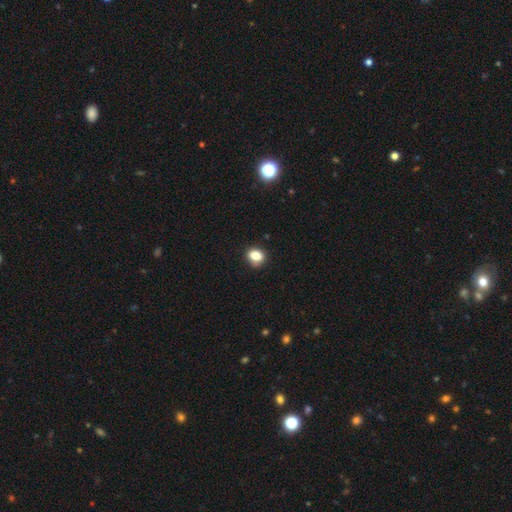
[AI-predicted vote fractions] smooth-or-featured: smooth: 82% | star or artifact: 11% | featured or disk: 6%
  how-rounded: round: 55% | in between: 43% | cigar-shaped: 1%
  merging: none: 78% | minor disturbance: 16% | major disturbance: 3% | merger: 3%